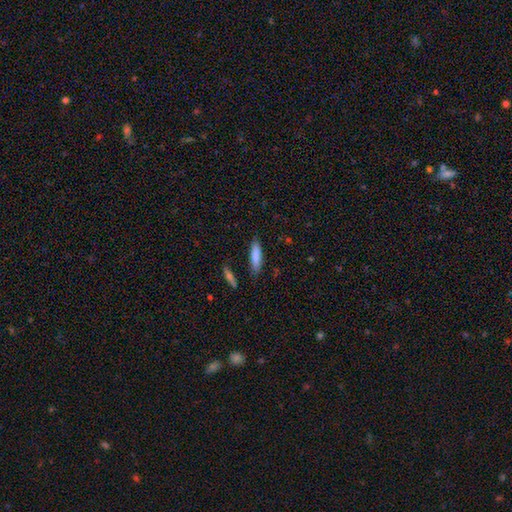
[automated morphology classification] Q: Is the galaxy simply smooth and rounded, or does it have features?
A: smooth — 83%.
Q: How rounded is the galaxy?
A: cigar-shaped — 68%.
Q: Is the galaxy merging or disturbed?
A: none — 81%.